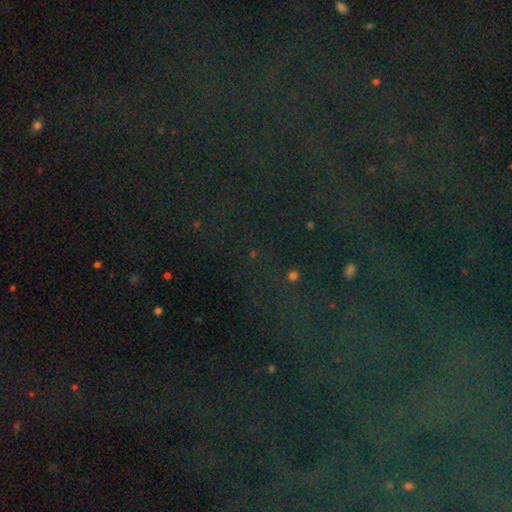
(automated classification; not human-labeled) smooth-or-featured: star or artifact: 81% | smooth: 11% | featured or disk: 8%